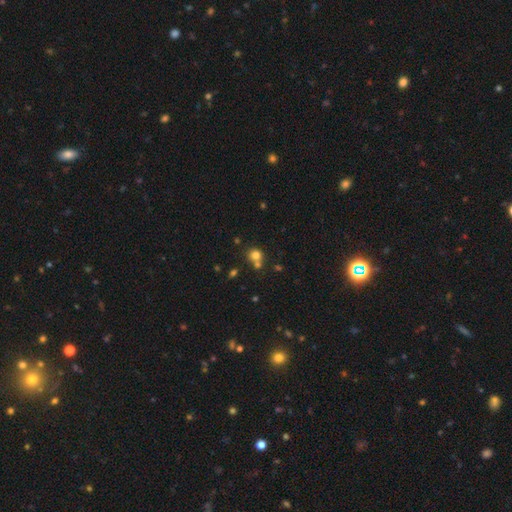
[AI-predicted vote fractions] A smooth galaxy with no disk features (76%) that is round (83%).

Vote fractions:
- Smooth or featured? smooth: 76% / star or artifact: 15% / featured or disk: 9%
- How rounded? round: 83% / in between: 16% / cigar-shaped: 1%
- Merging? none: 53% / merger: 35% / minor disturbance: 9% / major disturbance: 4%